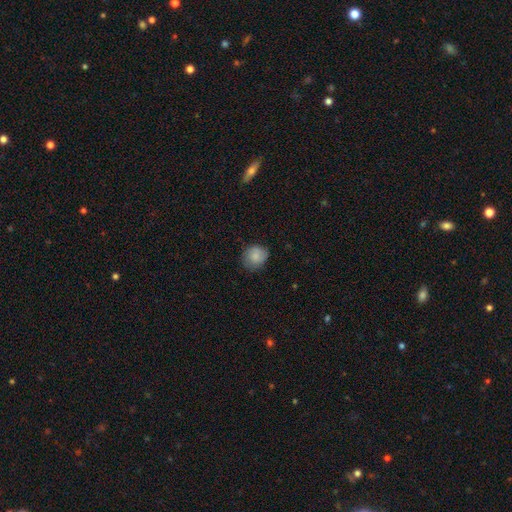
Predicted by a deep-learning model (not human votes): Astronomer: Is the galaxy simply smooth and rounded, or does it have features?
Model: smooth — 82%.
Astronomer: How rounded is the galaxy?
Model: round — 76%.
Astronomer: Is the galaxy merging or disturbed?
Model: none — 76%.